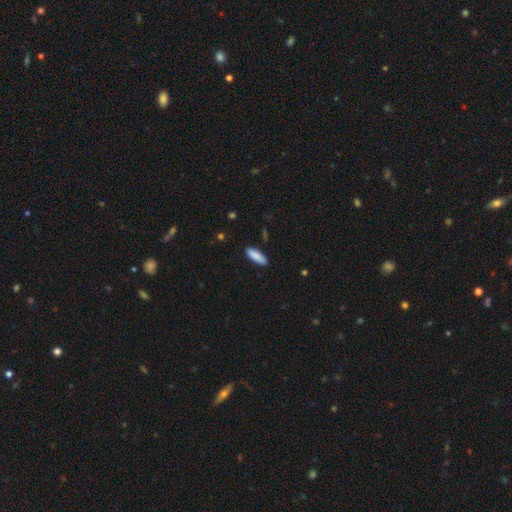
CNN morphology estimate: Q: Smooth or featured?
A: smooth (88%); runner-up: featured or disk (6%)
Q: How rounded?
A: in between (55%); runner-up: cigar-shaped (43%)
Q: Merging?
A: none (88%); runner-up: minor disturbance (9%)